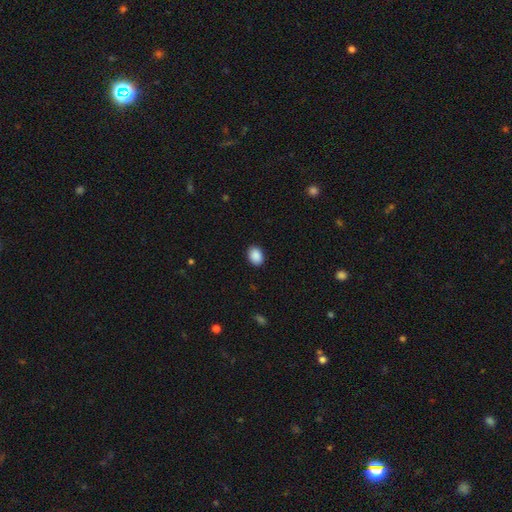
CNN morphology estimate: Smooth or featured?
  - smooth: 90% *
  - star or artifact: 8%
  - featured or disk: 2%
How rounded?
  - in between: 68% *
  - round: 31%
  - cigar-shaped: 1%
Merging?
  - none: 90% *
  - minor disturbance: 7%
  - major disturbance: 2%
  - merger: 1%